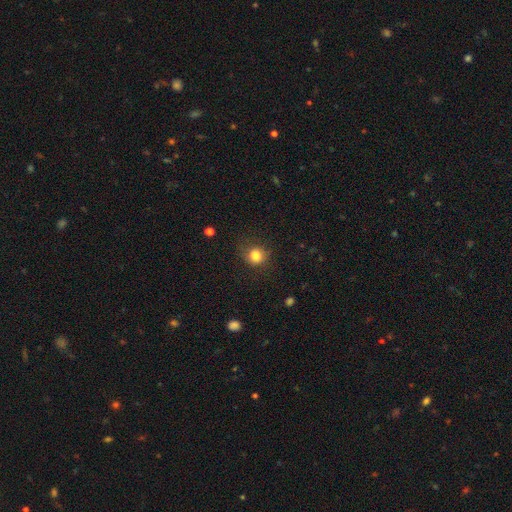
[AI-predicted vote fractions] The model was most divided on "merging": none: 75%, minor disturbance: 17%, major disturbance: 7%, merger: 1%. More confident: how rounded — round (86%); smooth or featured — smooth (82%).